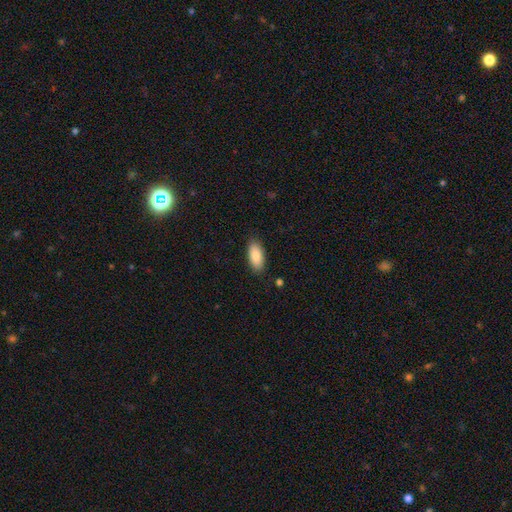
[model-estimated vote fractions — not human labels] Morphology: type=smooth (88%); roundness=in between (90%); merging=none (87%).